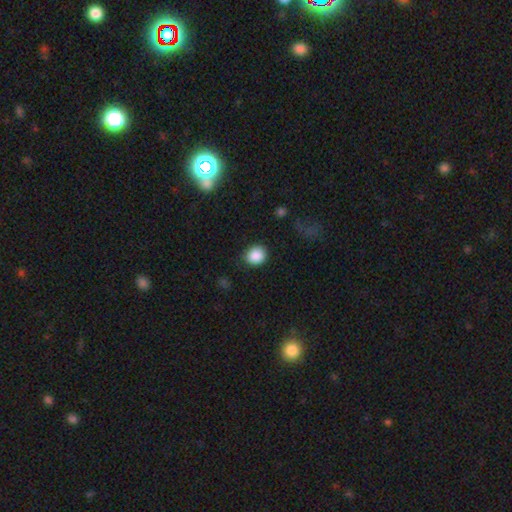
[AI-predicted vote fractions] smooth_or_featured: smooth (p=0.89) [alt: star or artifact p=0.08]
how_rounded: round (p=0.77) [alt: in between p=0.22]
merging: none (p=0.82) [alt: minor disturbance p=0.13]